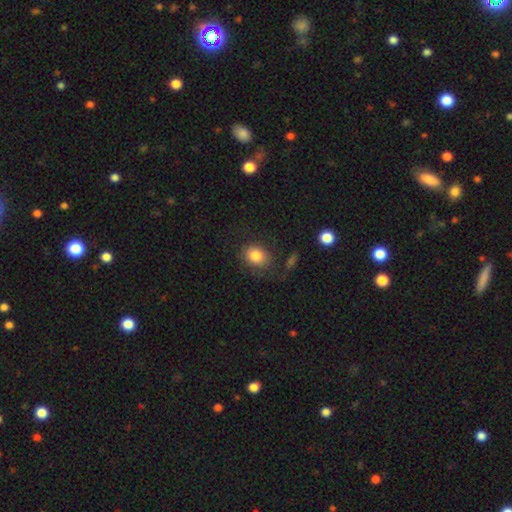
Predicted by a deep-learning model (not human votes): This is clearly a smooth galaxy (82%). How rounded: possibly round (52%). Merging: likely none (67%).